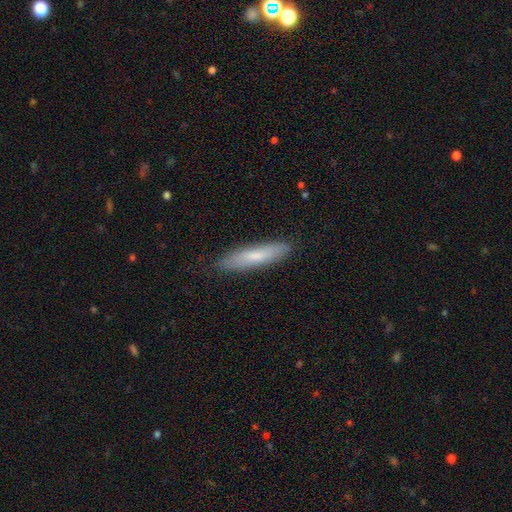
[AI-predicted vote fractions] A smooth galaxy with no disk features (72%) that is cigar-shaped (82%).

Vote fractions:
- Smooth or featured? smooth: 72% / featured or disk: 22% / star or artifact: 6%
- How rounded? cigar-shaped: 82% / in between: 17% / round: 1%
- Merging? none: 86% / minor disturbance: 11% / major disturbance: 2% / merger: 1%